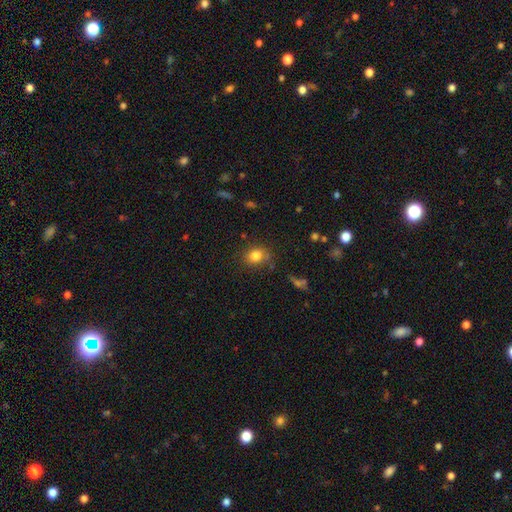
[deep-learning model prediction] Smooth or featured?
  - smooth: 82% *
  - star or artifact: 11%
  - featured or disk: 7%
How rounded?
  - round: 50% *
  - in between: 49%
  - cigar-shaped: 1%
Merging?
  - none: 76% *
  - minor disturbance: 16%
  - major disturbance: 5%
  - merger: 4%